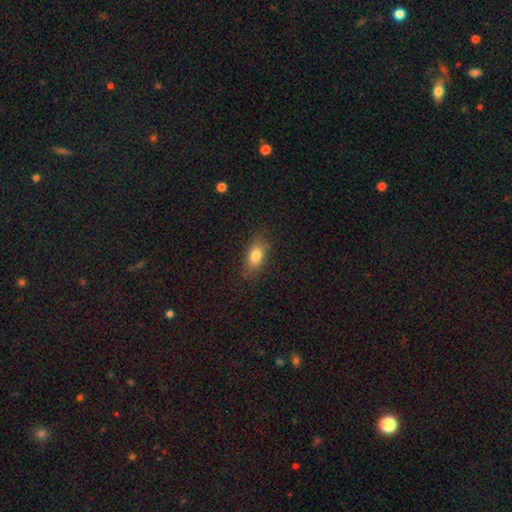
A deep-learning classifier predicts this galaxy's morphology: Overall: smooth (78%). How rounded: in between (81%). Merging: none (80%).